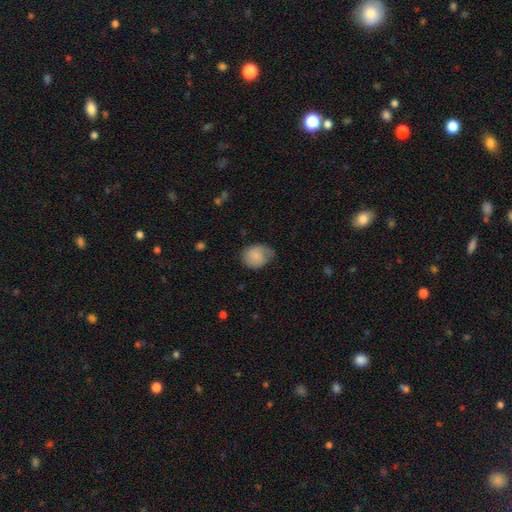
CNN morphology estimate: Smooth or featured? Predicted: smooth (p=0.79). How rounded? Predicted: round (p=0.52). Merging? Predicted: none (p=0.50).